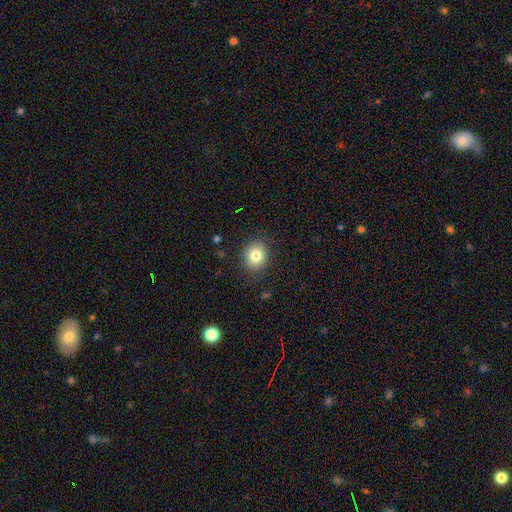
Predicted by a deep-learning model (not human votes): smooth_or_featured: smooth (p=0.80) [alt: star or artifact p=0.11]
how_rounded: round (p=0.74) [alt: in between p=0.25]
merging: none (p=0.87) [alt: minor disturbance p=0.09]